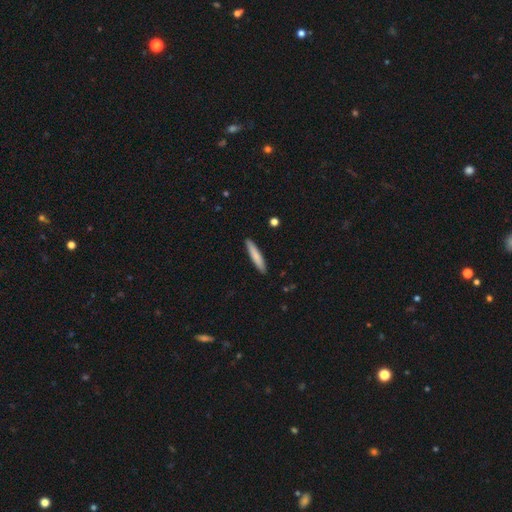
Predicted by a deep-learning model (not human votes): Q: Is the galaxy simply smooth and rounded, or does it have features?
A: smooth — 78%.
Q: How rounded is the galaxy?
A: cigar-shaped — 92%.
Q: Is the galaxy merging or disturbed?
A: none — 90%.